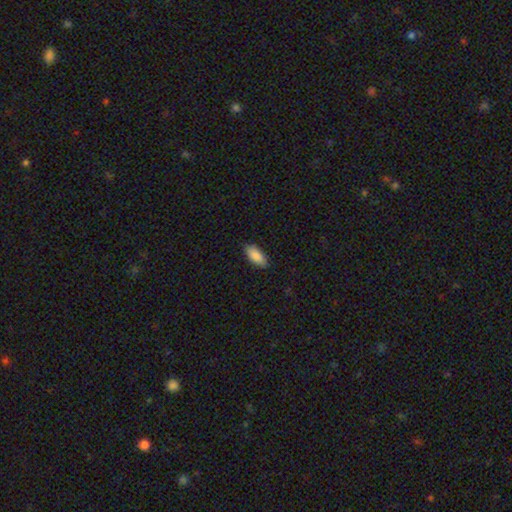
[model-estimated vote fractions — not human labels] Smooth or featured: smooth — 88% (star or artifact — 6%)
How rounded: in between — 89% (cigar-shaped — 9%)
Merging: none — 86% (minor disturbance — 11%)